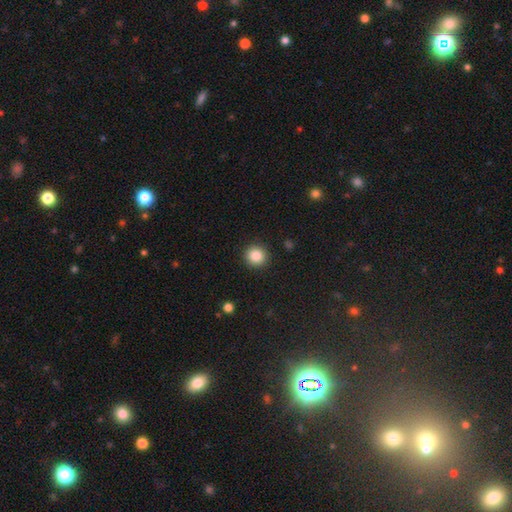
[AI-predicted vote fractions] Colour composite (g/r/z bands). It shows a smooth galaxy with no disk features (86%) that is round (92%). Merging: none (91%).